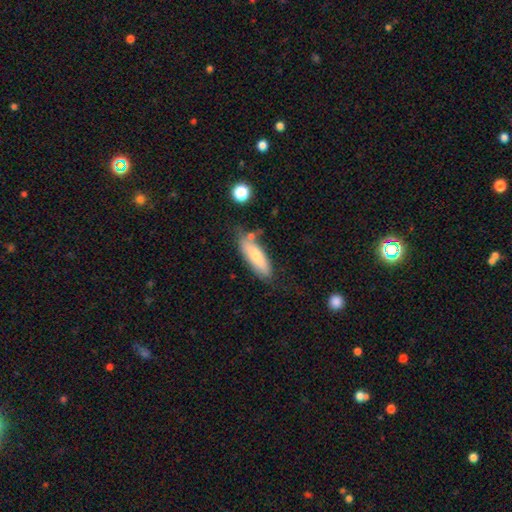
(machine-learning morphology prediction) Q: Smooth or featured?
A: smooth (71%); runner-up: featured or disk (23%)
Q: How rounded?
A: in between (55%); runner-up: cigar-shaped (43%)
Q: Merging?
A: none (64%); runner-up: minor disturbance (21%)